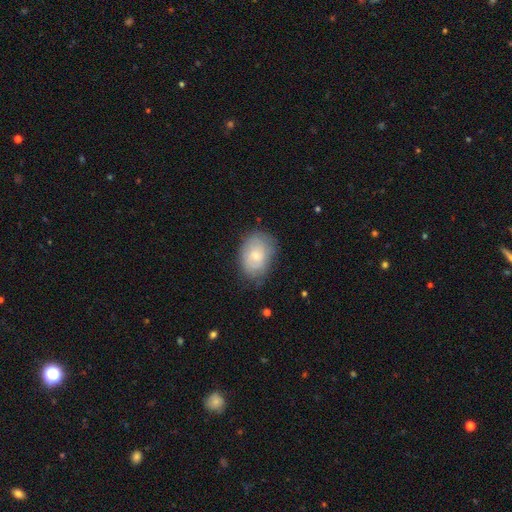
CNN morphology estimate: Smooth or featured: smooth — 59% (featured or disk — 34%)
How rounded: in between — 74% (round — 25%)
Merging: none — 69% (minor disturbance — 23%)